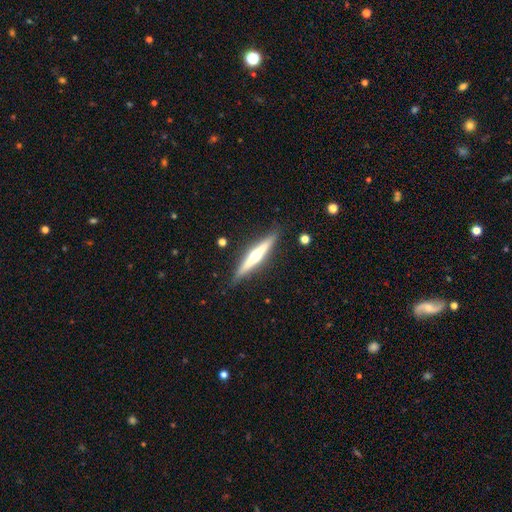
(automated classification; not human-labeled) Overall: featured or disk (69%). Edge-on disk: yes (97%). Edge-on bulge: rounded (91%). Merging: none (88%).